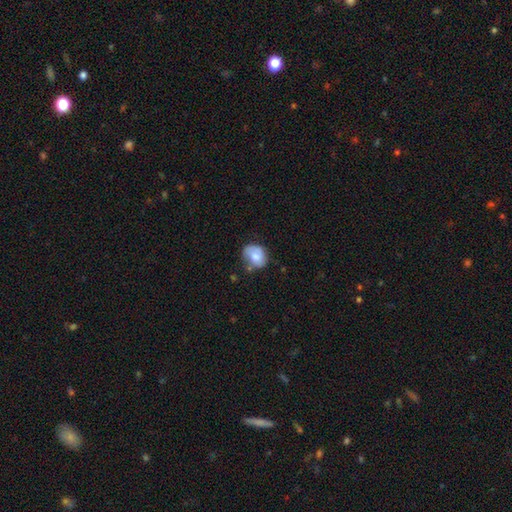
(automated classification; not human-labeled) smooth 68%, featured or disk 24%, star or artifact 8%. Down the decision tree: how rounded — in between (52%); merging — none (51%).